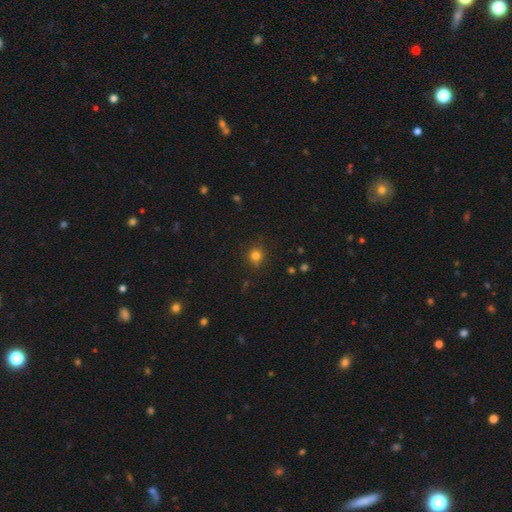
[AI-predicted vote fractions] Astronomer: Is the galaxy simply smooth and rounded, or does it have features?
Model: smooth — 80%.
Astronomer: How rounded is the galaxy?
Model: round — 88%.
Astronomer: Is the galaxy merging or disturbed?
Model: none — 86%.